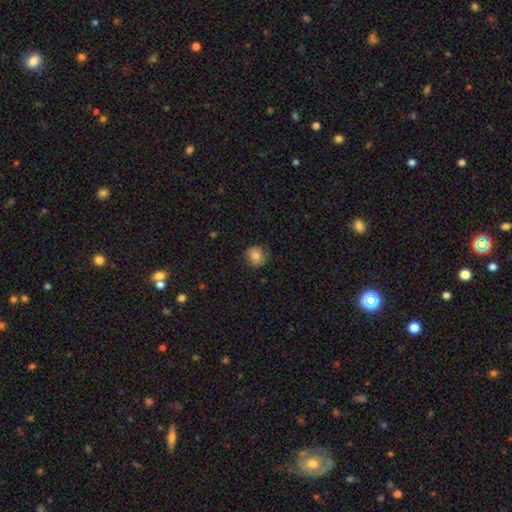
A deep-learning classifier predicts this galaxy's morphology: This is likely a smooth galaxy (79%). How rounded: clearly round (87%). Merging: clearly none (81%).